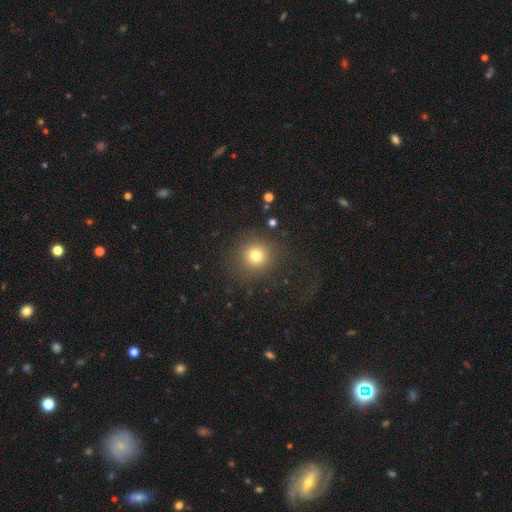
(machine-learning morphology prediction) A smooth galaxy with no disk features (76%) that is round (92%).

Vote fractions:
- Smooth or featured? smooth: 76% / star or artifact: 16% / featured or disk: 8%
- How rounded? round: 92% / in between: 8% / cigar-shaped: 1%
- Merging? none: 85% / minor disturbance: 8% / major disturbance: 5% / merger: 2%